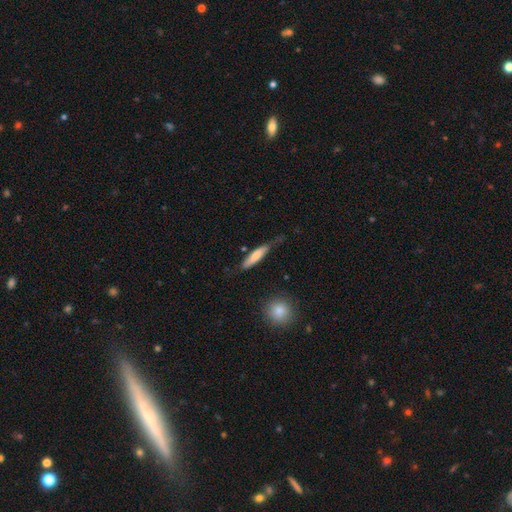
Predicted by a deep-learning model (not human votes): This is likely a smooth galaxy (72%). How rounded: clearly cigar-shaped (81%). Merging: possibly none (58%).